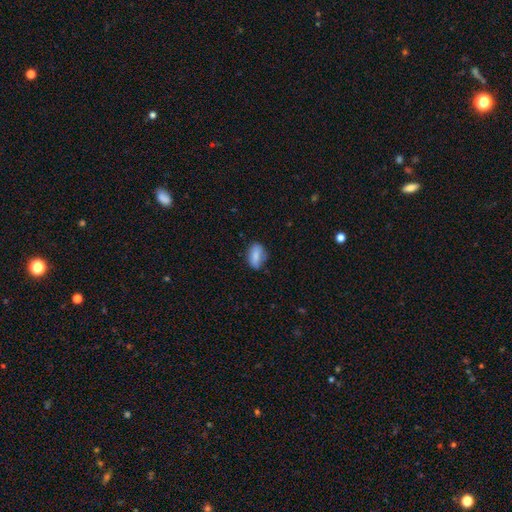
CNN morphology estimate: Smooth or featured? smooth (78%)
How rounded? in between (85%)
Merging? none (64%)